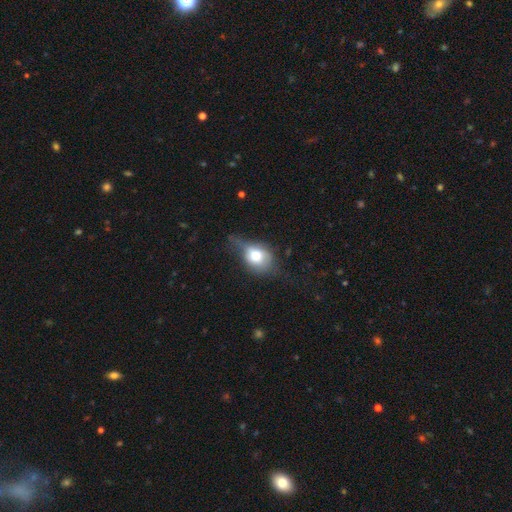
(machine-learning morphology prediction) smooth_or_featured: smooth (p=0.66) [alt: featured or disk p=0.25]
how_rounded: in between (p=0.54) [alt: round p=0.44]
merging: minor disturbance (p=0.38) [alt: major disturbance p=0.30]